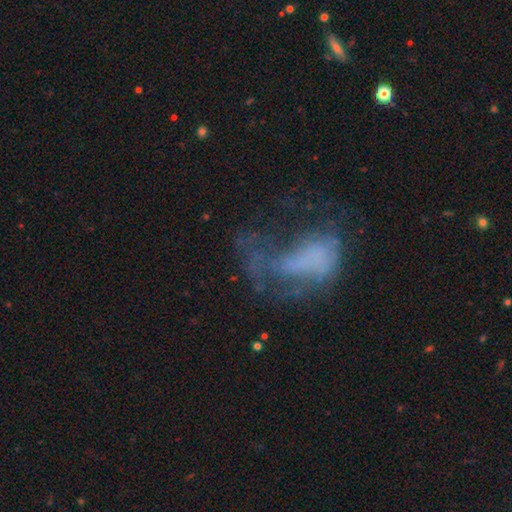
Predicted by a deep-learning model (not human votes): This appears to be a featured or disk galaxy (46%). Merging: major disturbance (57%).